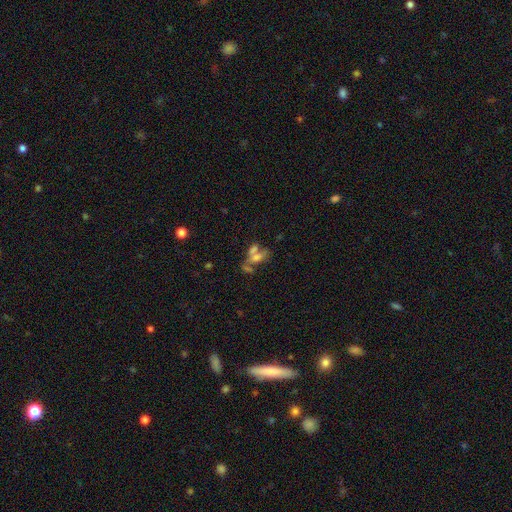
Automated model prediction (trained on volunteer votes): This is possibly a smooth galaxy (51%). How rounded: likely in between (76%). Merging: possibly merger (50%).